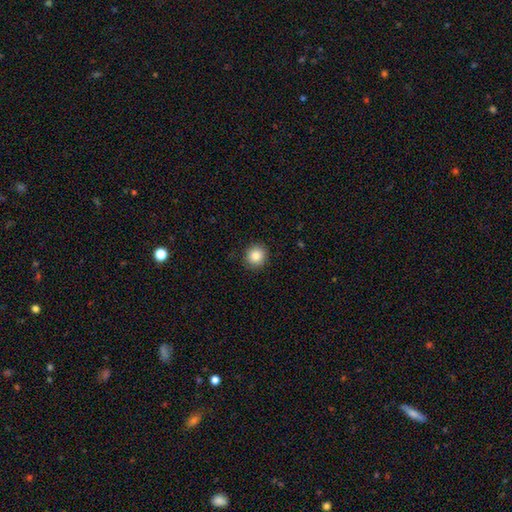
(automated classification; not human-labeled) Smooth or featured: smooth — 85% (star or artifact — 9%)
How rounded: round — 92% (in between — 7%)
Merging: none — 89% (minor disturbance — 8%)